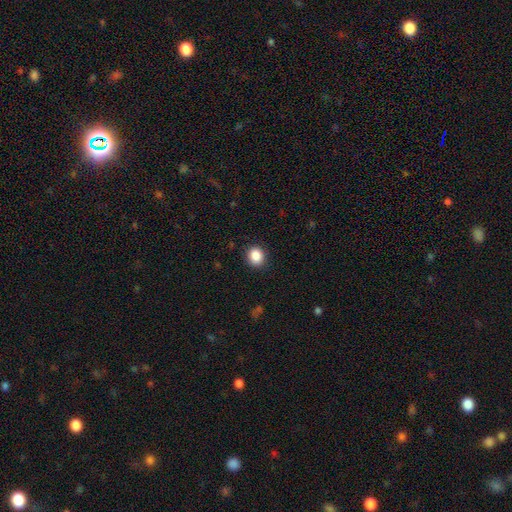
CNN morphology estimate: Smooth or featured?
  - smooth: 88% *
  - star or artifact: 9%
  - featured or disk: 3%
How rounded?
  - round: 76% *
  - in between: 23%
  - cigar-shaped: 1%
Merging?
  - none: 90% *
  - minor disturbance: 7%
  - major disturbance: 2%
  - merger: 1%